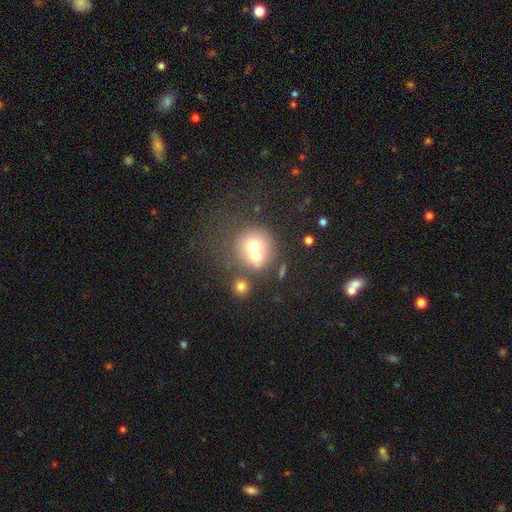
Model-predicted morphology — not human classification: Overall: smooth (65%). How rounded: round (85%). Merging: merger (54%; none 35%).